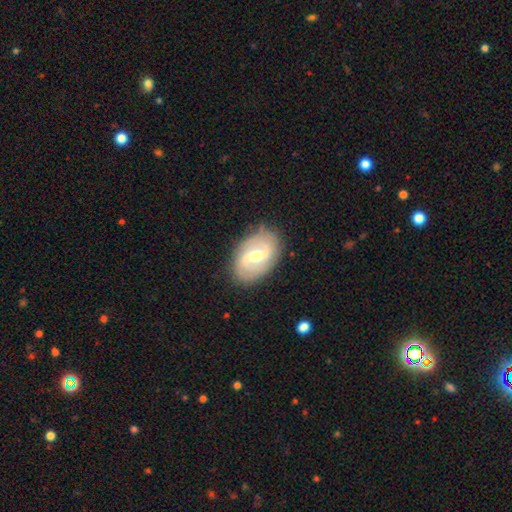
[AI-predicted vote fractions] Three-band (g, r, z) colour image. It shows a featured or disk galaxy (75%) with a weak bar (50%), 2 (82%) loose (39%) spiral arms (80%) and a moderate central bulge (65%). Merging: none (82%).